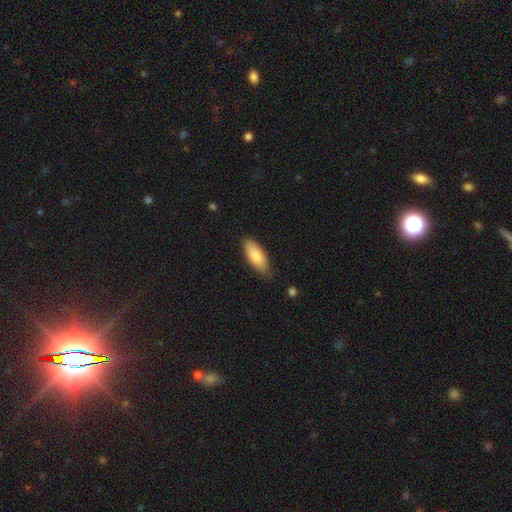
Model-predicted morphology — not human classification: smooth-or-featured: smooth: 82% | featured or disk: 12% | star or artifact: 6%
  how-rounded: in between: 77% | cigar-shaped: 21% | round: 2%
  merging: none: 80% | minor disturbance: 16% | major disturbance: 3% | merger: 1%